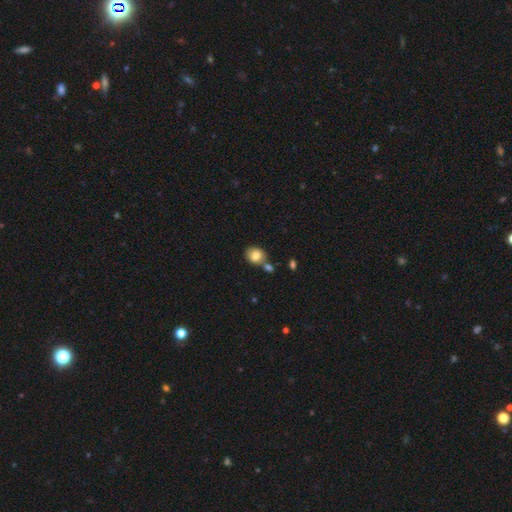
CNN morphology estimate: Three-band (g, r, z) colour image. It shows a smooth galaxy with no disk features (81%) that is round (65%). Merging: none (57%).